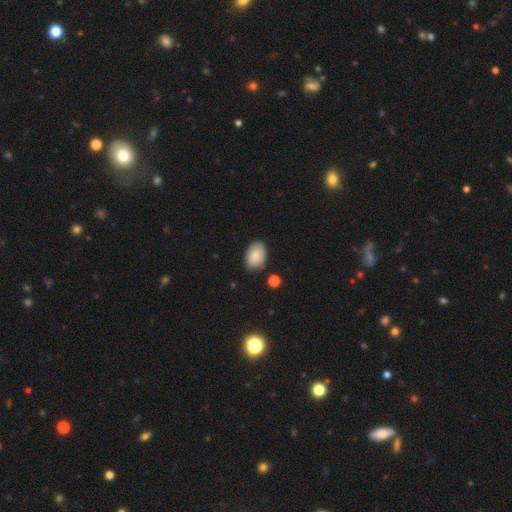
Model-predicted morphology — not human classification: smooth 85%, featured or disk 8%, star or artifact 7%. Down the decision tree: how rounded — in between (84%); merging — none (80%).